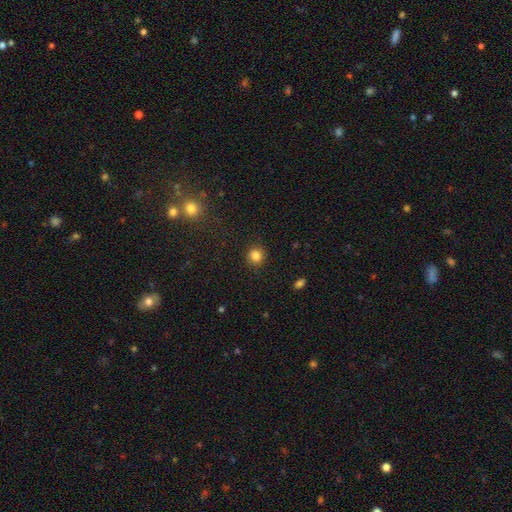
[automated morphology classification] Overall: smooth (83%). How rounded: round (90%). Merging: none (90%).